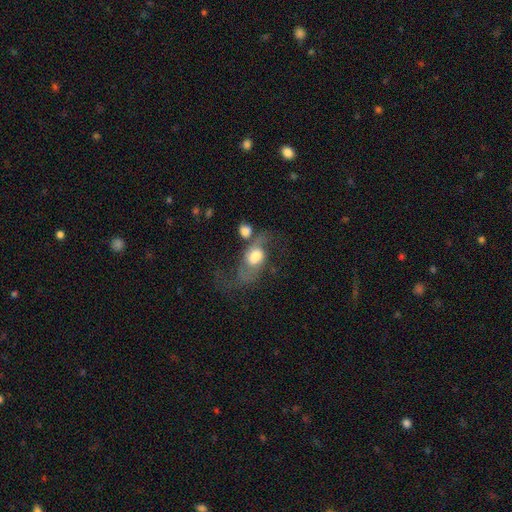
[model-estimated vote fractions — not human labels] Smooth or featured? featured or disk (55%)
Edge-on disk? no (93%)
Bar? no (64%)
Spiral arms? yes (76%)
Bulge size? moderate (50%)
Merging? major disturbance (32%)